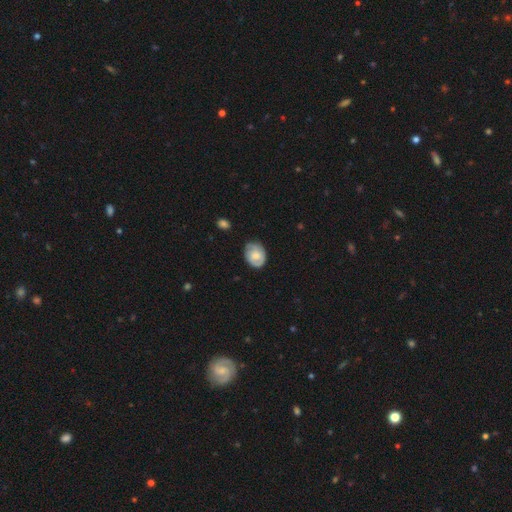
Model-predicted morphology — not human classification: Smooth or featured? Predicted: smooth (p=0.53). How rounded? Predicted: in between (p=0.56). Merging? Predicted: none (p=0.64).